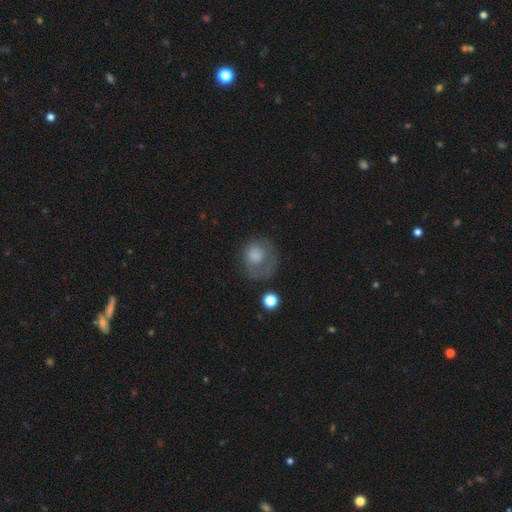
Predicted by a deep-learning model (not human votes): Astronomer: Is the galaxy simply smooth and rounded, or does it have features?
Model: smooth — 70%.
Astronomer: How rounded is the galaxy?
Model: round — 74%.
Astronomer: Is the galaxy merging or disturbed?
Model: none — 43% (runner-up: major disturbance, 30%).